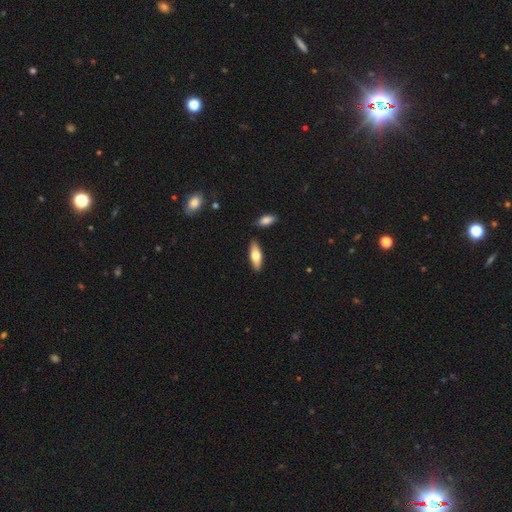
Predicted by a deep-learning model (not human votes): Morphology: type=smooth (62%); roundness=in between (61%); merging=none (87%).